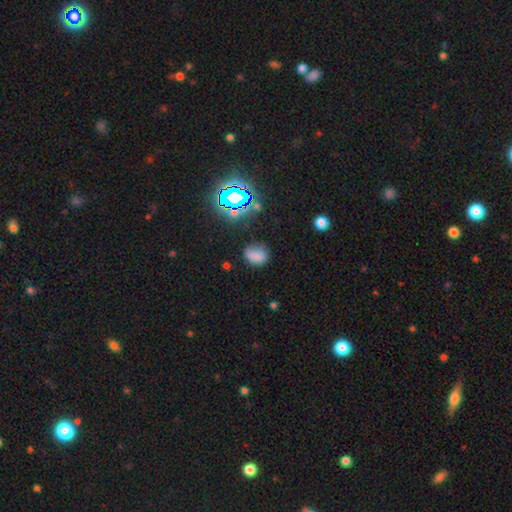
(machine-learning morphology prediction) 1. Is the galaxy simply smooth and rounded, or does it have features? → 70% smooth, 20% star or artifact, 10% featured or disk.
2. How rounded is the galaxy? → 55% in between, 43% round, 2% cigar-shaped.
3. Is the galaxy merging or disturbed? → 65% none, 22% minor disturbance, 9% major disturbance, 3% merger.